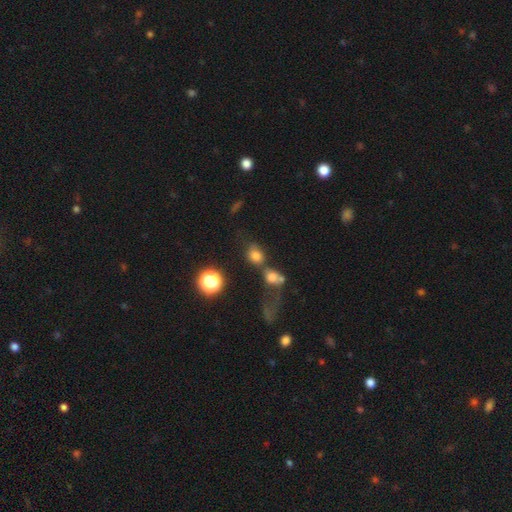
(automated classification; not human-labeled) Smooth or featured?
  - smooth: 74% *
  - star or artifact: 16%
  - featured or disk: 10%
How rounded?
  - round: 56% *
  - in between: 43%
  - cigar-shaped: 2%
Merging?
  - merger: 43% *
  - none: 35%
  - minor disturbance: 12%
  - major disturbance: 10%